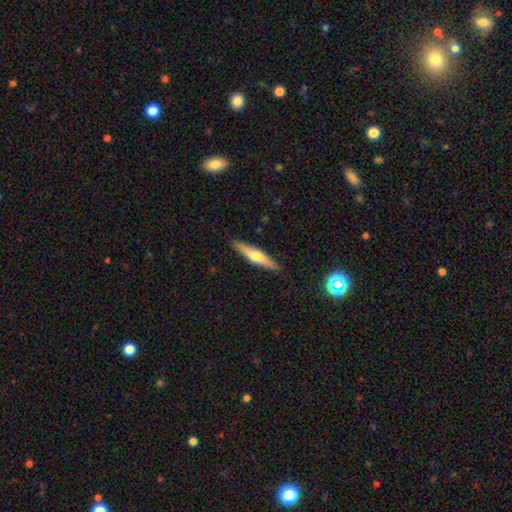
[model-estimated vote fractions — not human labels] A featured or disk galaxy (48%).

Vote fractions:
- Smooth or featured? featured or disk: 48% / smooth: 47% / star or artifact: 6%
- Merging? none: 89% / minor disturbance: 8% / major disturbance: 2% / merger: 1%